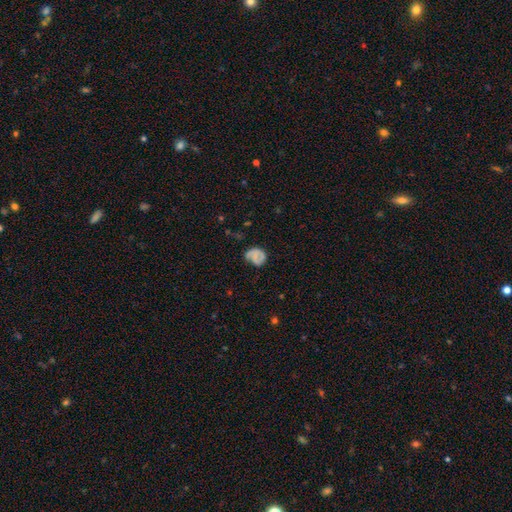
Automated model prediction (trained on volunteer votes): A smooth galaxy with no disk features (56%) that is round (51%). Merging: none (47%).